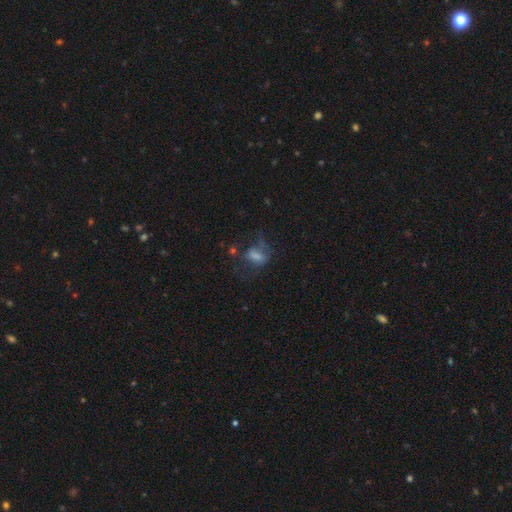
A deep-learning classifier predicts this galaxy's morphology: A smooth galaxy with no disk features (47%).

Vote fractions:
- Smooth or featured? smooth: 47% / featured or disk: 29% / star or artifact: 24%
- Merging? none: 41% / major disturbance: 33% / minor disturbance: 20% / merger: 6%